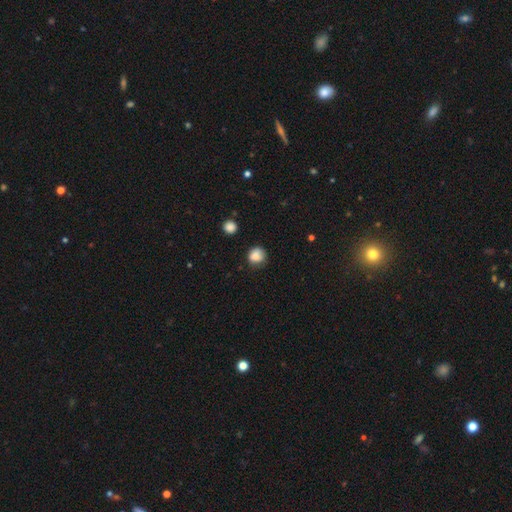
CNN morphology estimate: Smooth or featured?
  - smooth: 85% *
  - star or artifact: 10%
  - featured or disk: 6%
How rounded?
  - round: 83% *
  - in between: 16%
  - cigar-shaped: 1%
Merging?
  - none: 72% *
  - minor disturbance: 21%
  - major disturbance: 5%
  - merger: 2%